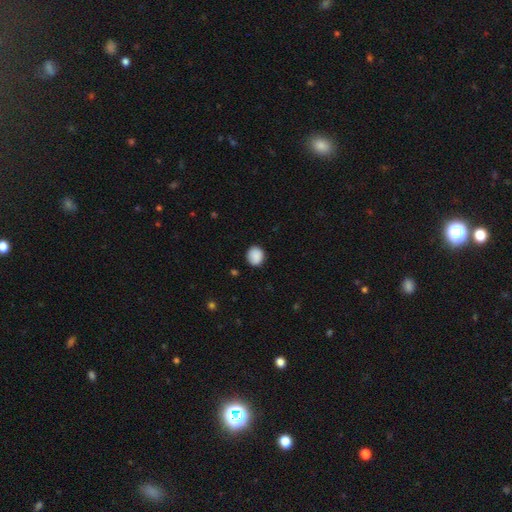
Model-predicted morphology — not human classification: Smooth or featured: smooth — 89% (star or artifact — 8%)
How rounded: round — 84% (in between — 15%)
Merging: none — 87% (minor disturbance — 10%)